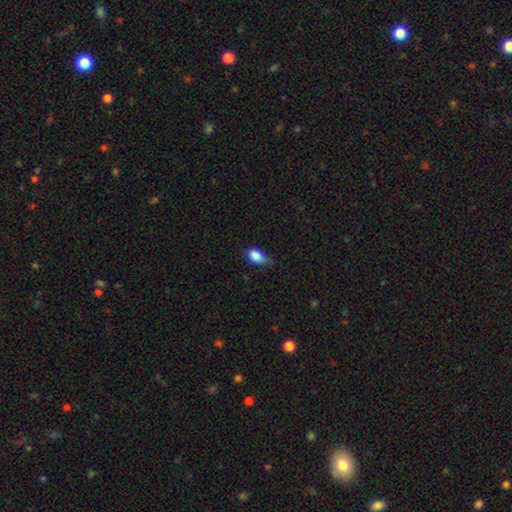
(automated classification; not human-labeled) This appears to be a smooth galaxy with no disk features (85%) that is in between round and cigar-shaped (85%). Merging: minor disturbance (46%).